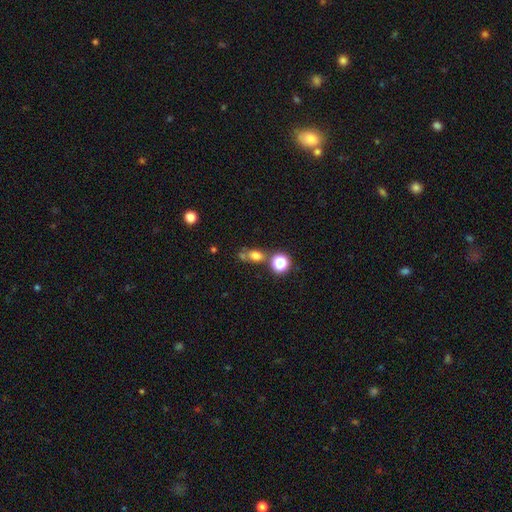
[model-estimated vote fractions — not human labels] smooth 70%, star or artifact 18%, featured or disk 12%. Down the decision tree: how rounded — in between (55%); merging — none (51%).